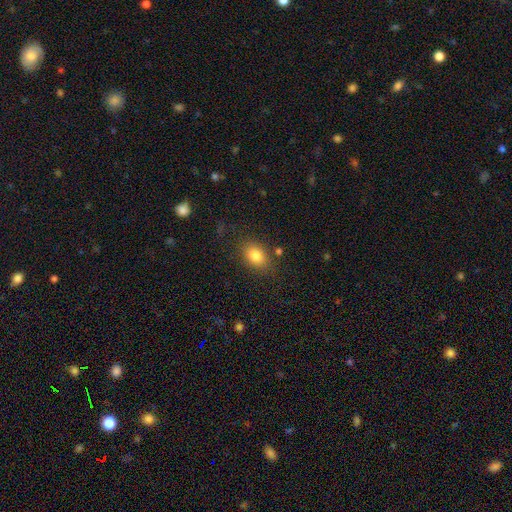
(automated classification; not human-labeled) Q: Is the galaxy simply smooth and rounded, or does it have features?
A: smooth — 82%.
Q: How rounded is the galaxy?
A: in between — 76%.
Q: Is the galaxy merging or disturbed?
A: none — 80%.